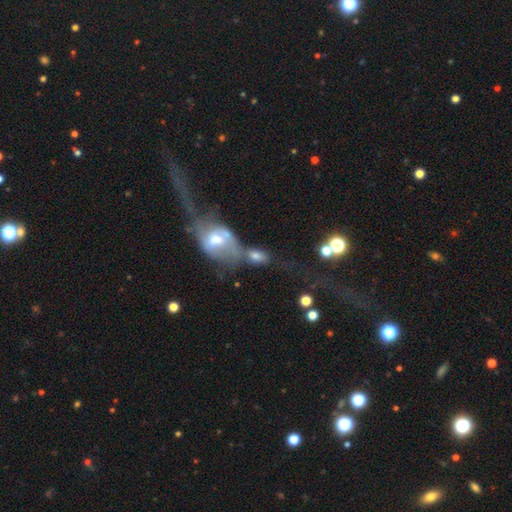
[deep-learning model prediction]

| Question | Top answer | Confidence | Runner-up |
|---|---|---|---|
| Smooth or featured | smooth | 61% | featured or disk (28%) |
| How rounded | in between | 85% | round (12%) |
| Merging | merger | 50% | none (23%) |